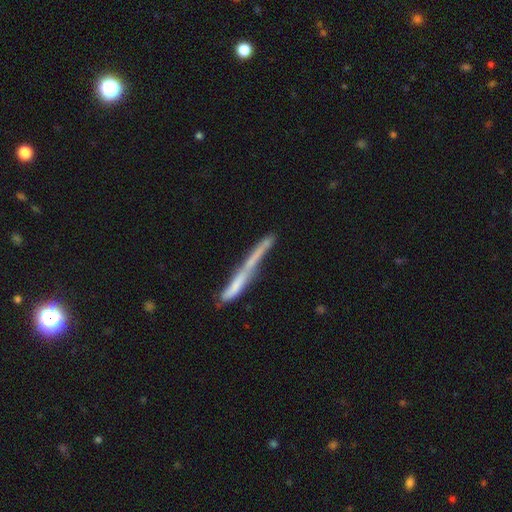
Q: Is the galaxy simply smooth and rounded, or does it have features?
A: featured or disk — 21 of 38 (55%).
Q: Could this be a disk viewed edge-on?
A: yes — 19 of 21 (90%).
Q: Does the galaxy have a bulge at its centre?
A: none — 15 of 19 (79%).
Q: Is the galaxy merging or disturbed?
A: merger — 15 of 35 (43%).